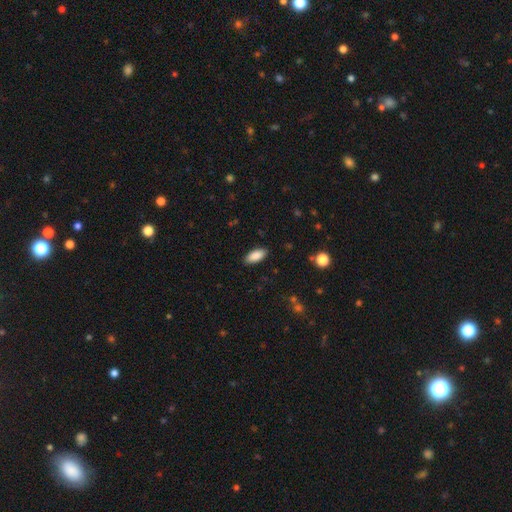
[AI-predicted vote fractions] Smooth or featured?
  - smooth: 88% *
  - star or artifact: 7%
  - featured or disk: 5%
How rounded?
  - in between: 86% *
  - cigar-shaped: 12%
  - round: 2%
Merging?
  - none: 88% *
  - minor disturbance: 9%
  - major disturbance: 2%
  - merger: 1%